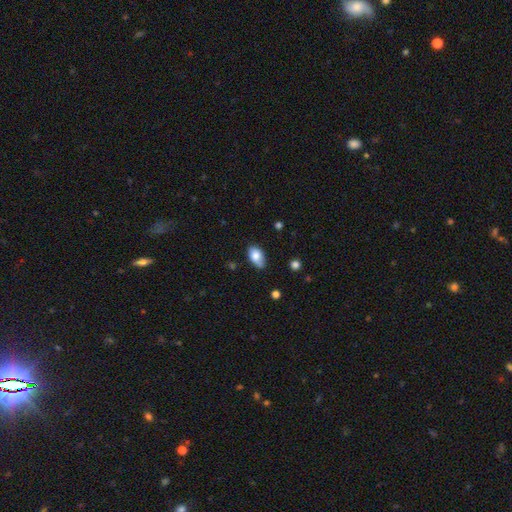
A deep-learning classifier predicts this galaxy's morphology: The model was most divided on "merging": none: 66%, minor disturbance: 27%, major disturbance: 5%, merger: 2%. More confident: how rounded — in between (92%); smooth or featured — smooth (80%).